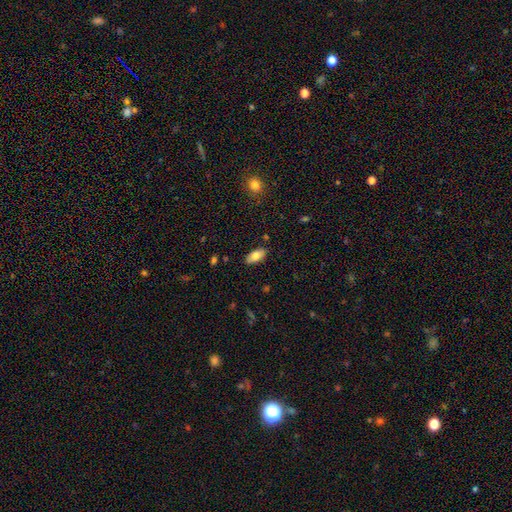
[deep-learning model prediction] A smooth galaxy with no disk features (77%) that is in between round and cigar-shaped (90%).

Vote fractions:
- Smooth or featured? smooth: 77% / featured or disk: 16% / star or artifact: 7%
- How rounded? in between: 90% / cigar-shaped: 7% / round: 3%
- Merging? none: 86% / minor disturbance: 11% / major disturbance: 2% / merger: 1%